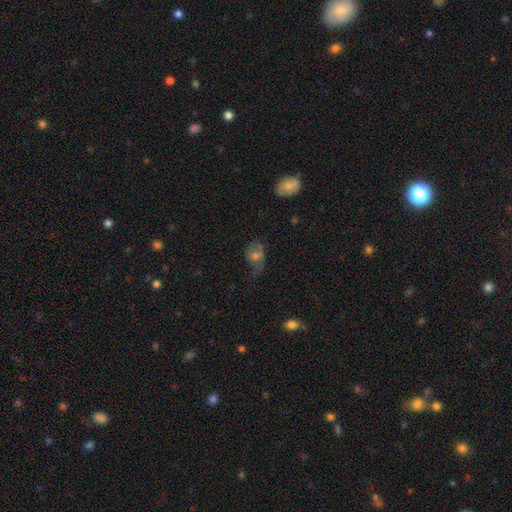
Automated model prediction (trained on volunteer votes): This appears to be a smooth galaxy with no disk features (46%). Merging: none (37%).